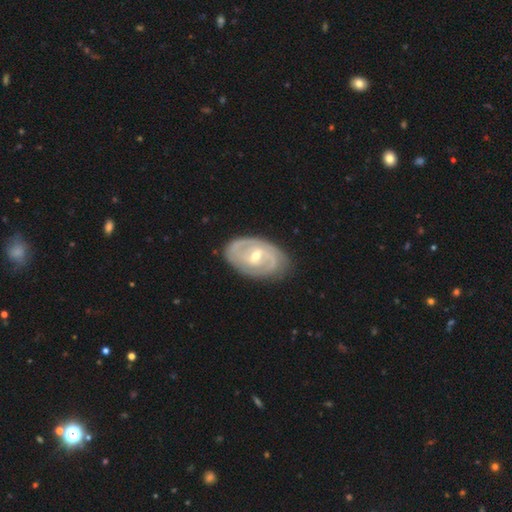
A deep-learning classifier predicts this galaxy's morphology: The model was most divided on "bulge size": moderate: 51%, small: 46%, large: 2%, none: 1%, dominant: 1%. More confident: edge-on disk — no (96%); spiral arms — yes (91%); smooth or featured — featured or disk (83%); merging — none (78%); spiral winding — tight (61%); spiral arm count — 2 (54%); bar — weak (52%).